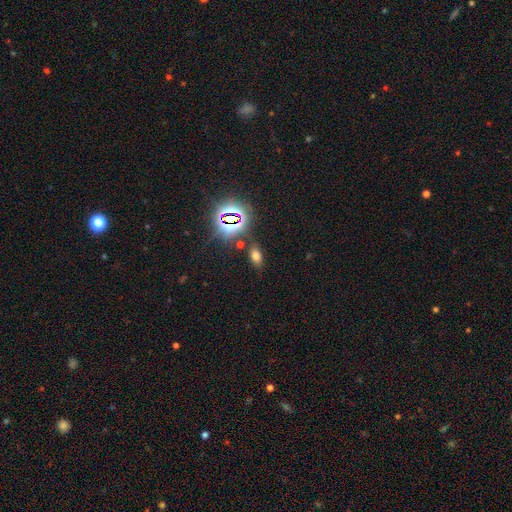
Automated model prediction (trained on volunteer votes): Smooth or featured: smooth — 60% (star or artifact — 31%)
How rounded: in between — 86% (round — 10%)
Merging: none — 81% (minor disturbance — 11%)